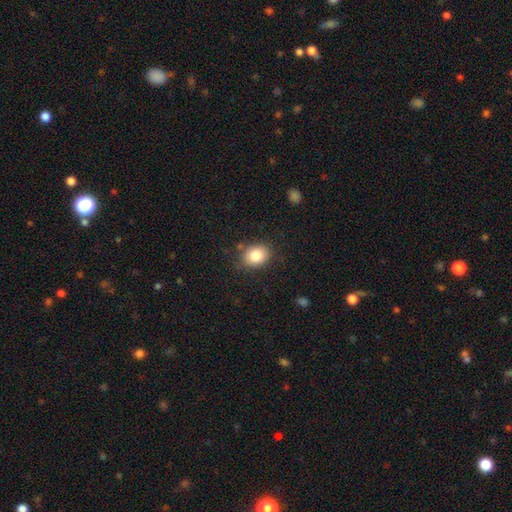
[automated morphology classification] Smooth or featured: smooth — 83% (star or artifact — 9%)
How rounded: in between — 55% (round — 44%)
Merging: none — 80% (minor disturbance — 14%)